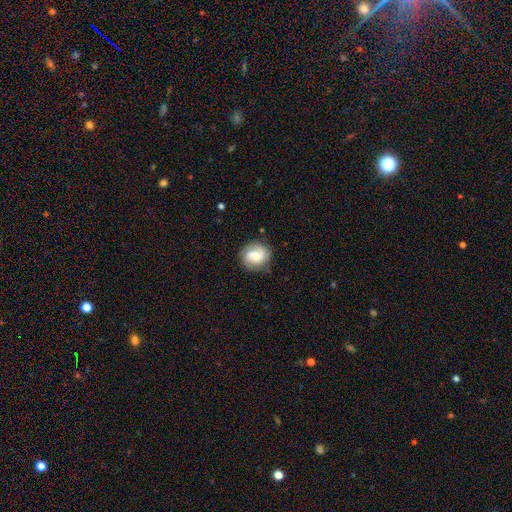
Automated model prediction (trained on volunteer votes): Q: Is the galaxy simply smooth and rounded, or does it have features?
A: featured or disk — 52%.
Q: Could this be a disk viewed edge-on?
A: no — 97%.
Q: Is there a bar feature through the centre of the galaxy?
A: no — 50%.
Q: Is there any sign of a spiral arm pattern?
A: yes — 88%.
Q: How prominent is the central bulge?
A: moderate — 53%.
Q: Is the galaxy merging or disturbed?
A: none — 80%.